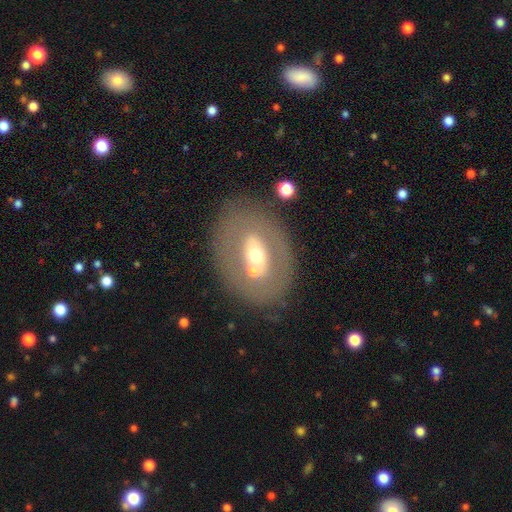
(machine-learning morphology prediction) Overall: featured or disk (55%; smooth 37%). Edge-on disk: no (90%). Merging: none (73%).